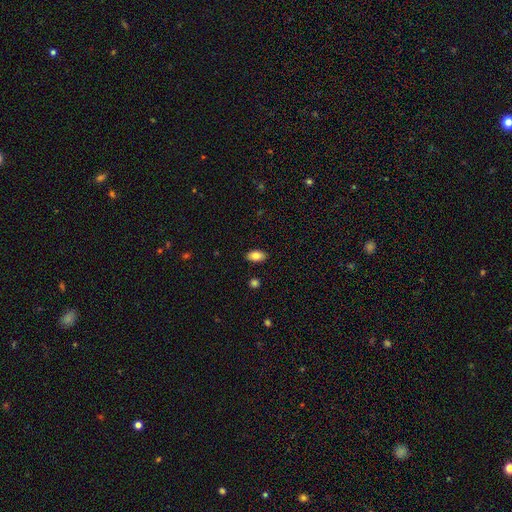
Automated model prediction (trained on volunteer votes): This is clearly a smooth galaxy (84%). How rounded: clearly in between (93%). Merging: clearly none (88%).